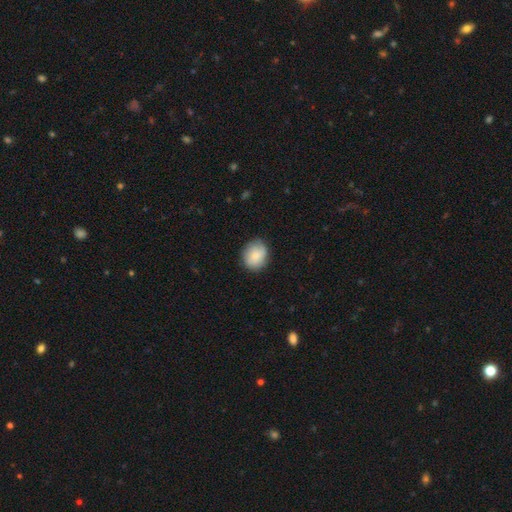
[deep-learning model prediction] Smooth or featured? Predicted: smooth (p=0.84). How rounded? Predicted: round (p=0.64). Merging? Predicted: none (p=0.79).